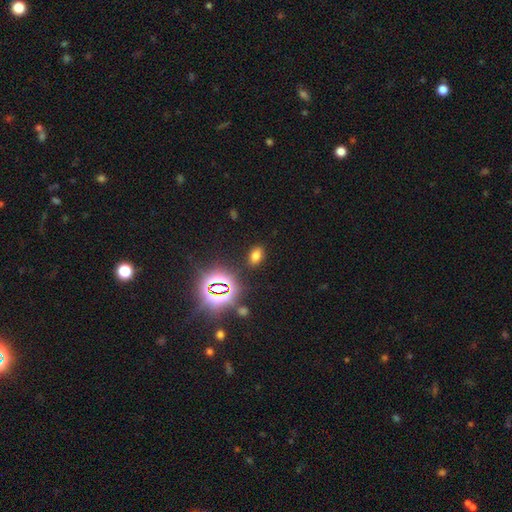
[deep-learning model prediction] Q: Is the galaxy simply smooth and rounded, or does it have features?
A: smooth — 65%.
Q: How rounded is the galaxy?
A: in between — 82%.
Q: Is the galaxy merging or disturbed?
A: none — 86%.